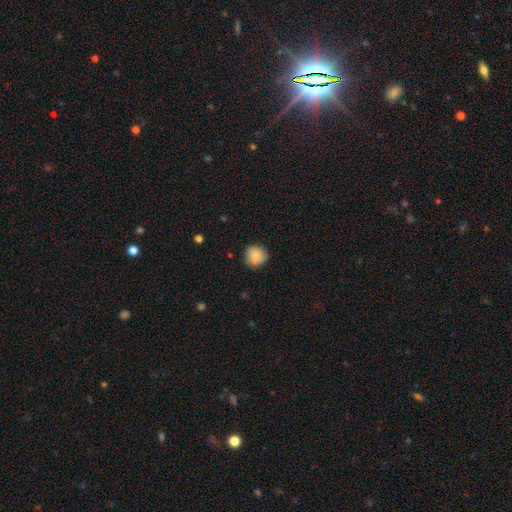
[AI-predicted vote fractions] Q: Smooth or featured?
A: smooth (84%); runner-up: featured or disk (8%)
Q: How rounded?
A: round (89%); runner-up: in between (10%)
Q: Merging?
A: none (79%); runner-up: minor disturbance (16%)